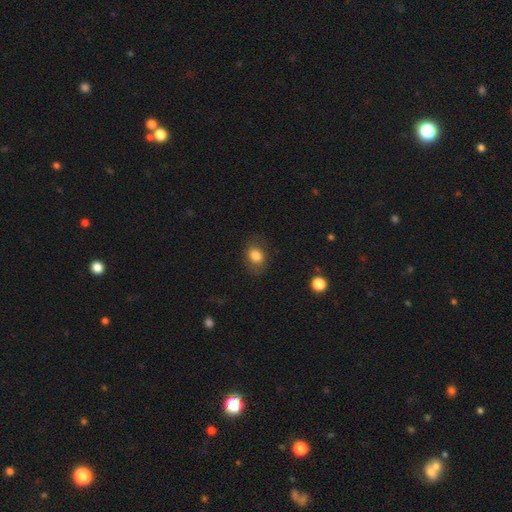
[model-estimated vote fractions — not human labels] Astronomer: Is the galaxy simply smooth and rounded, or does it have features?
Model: smooth — 80%.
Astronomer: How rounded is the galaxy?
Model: in between — 65%.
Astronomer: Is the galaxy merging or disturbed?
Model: none — 77%.